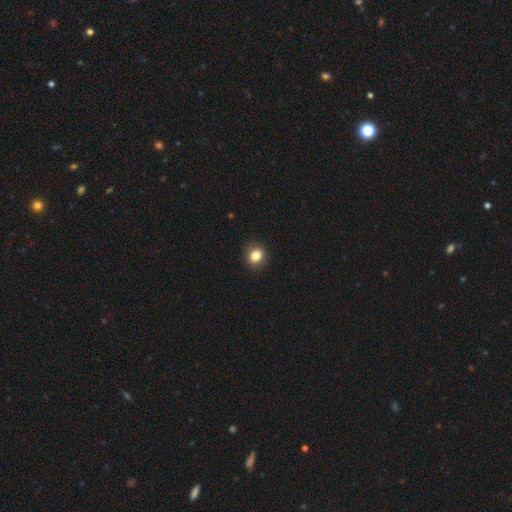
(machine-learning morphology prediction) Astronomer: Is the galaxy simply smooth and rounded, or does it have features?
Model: smooth — 84%.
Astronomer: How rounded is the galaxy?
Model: round — 67%.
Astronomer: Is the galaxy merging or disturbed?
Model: none — 89%.